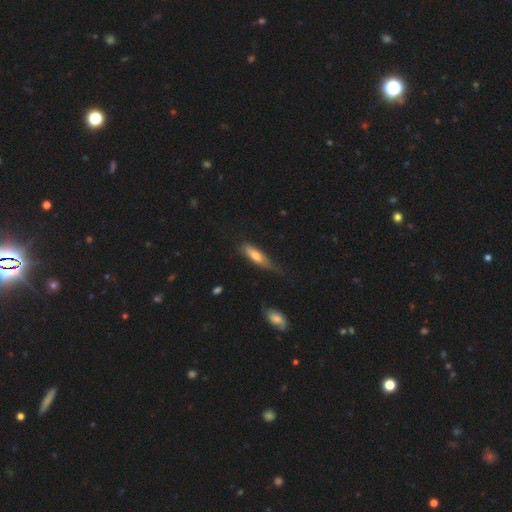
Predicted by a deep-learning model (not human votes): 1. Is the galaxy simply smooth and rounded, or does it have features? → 68% smooth, 25% featured or disk, 6% star or artifact.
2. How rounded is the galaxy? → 58% cigar-shaped, 40% in between, 2% round.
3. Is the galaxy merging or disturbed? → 53% none, 33% minor disturbance, 12% major disturbance, 3% merger.